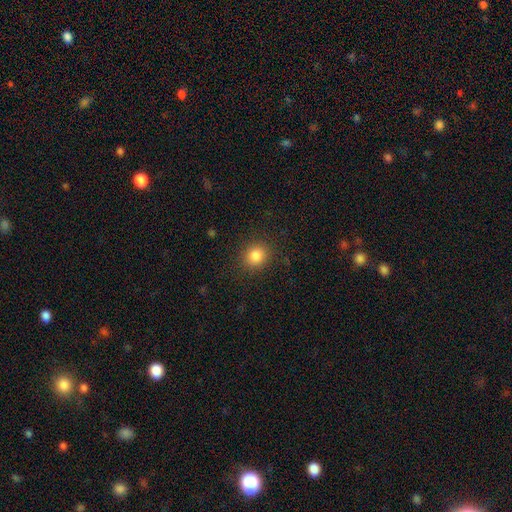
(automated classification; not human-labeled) This is clearly a smooth galaxy (83%). How rounded: likely round (75%). Merging: clearly none (88%).